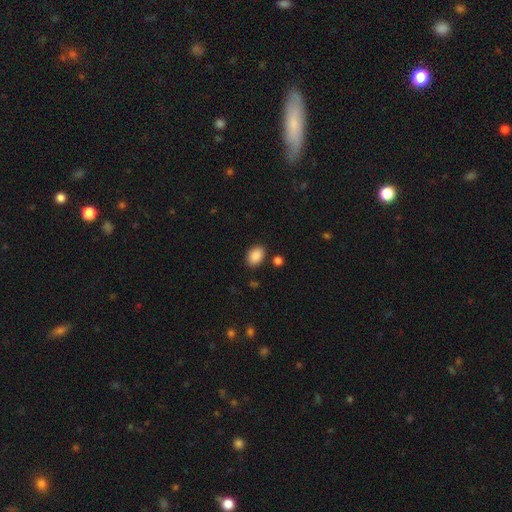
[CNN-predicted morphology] Q: Smooth or featured?
A: smooth (89%); runner-up: star or artifact (8%)
Q: How rounded?
A: in between (78%); runner-up: round (21%)
Q: Merging?
A: none (85%); runner-up: minor disturbance (10%)